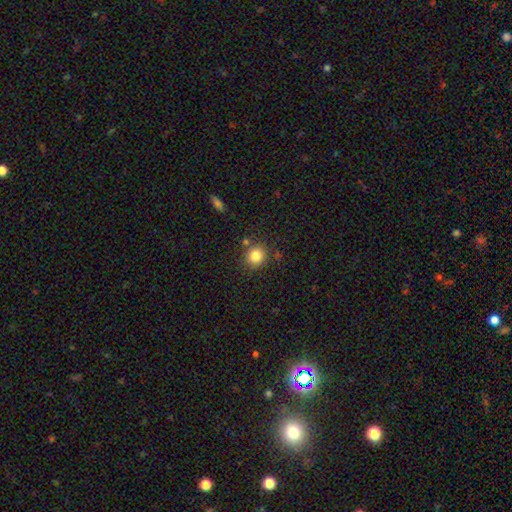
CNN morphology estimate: smooth_or_featured: smooth (p=0.83) [alt: star or artifact p=0.11]
how_rounded: round (p=0.87) [alt: in between p=0.12]
merging: none (p=0.81) [alt: minor disturbance p=0.09]